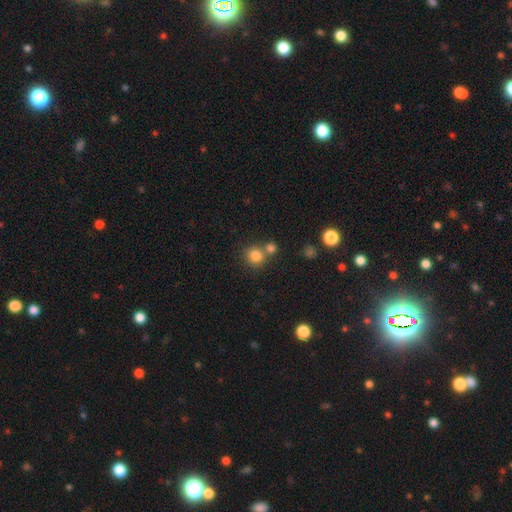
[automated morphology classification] smooth-or-featured: smooth: 81% | star or artifact: 12% | featured or disk: 7%
  how-rounded: round: 89% | in between: 10% | cigar-shaped: 1%
  merging: none: 60% | merger: 29% | minor disturbance: 8% | major disturbance: 3%